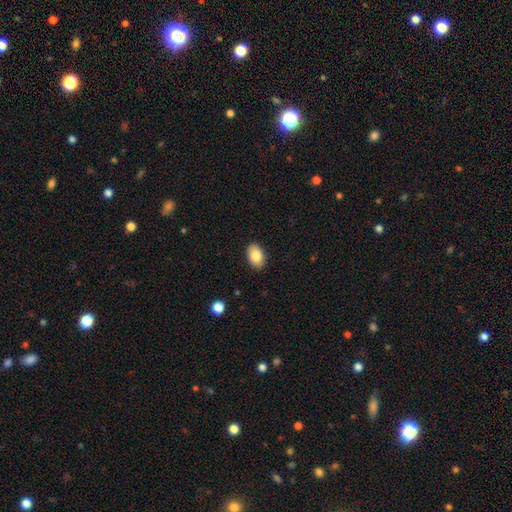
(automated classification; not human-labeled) Smooth or featured?
  - smooth: 84% *
  - featured or disk: 8%
  - star or artifact: 7%
How rounded?
  - in between: 90% *
  - round: 8%
  - cigar-shaped: 1%
Merging?
  - none: 89% *
  - minor disturbance: 8%
  - major disturbance: 2%
  - merger: 1%